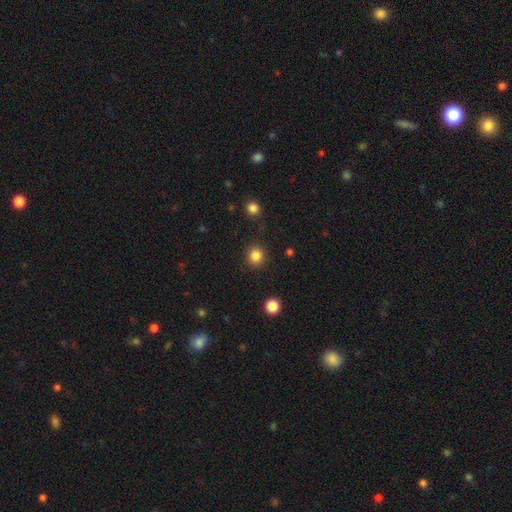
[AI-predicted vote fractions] Overall: smooth (84%). How rounded: round (89%). Merging: none (90%).